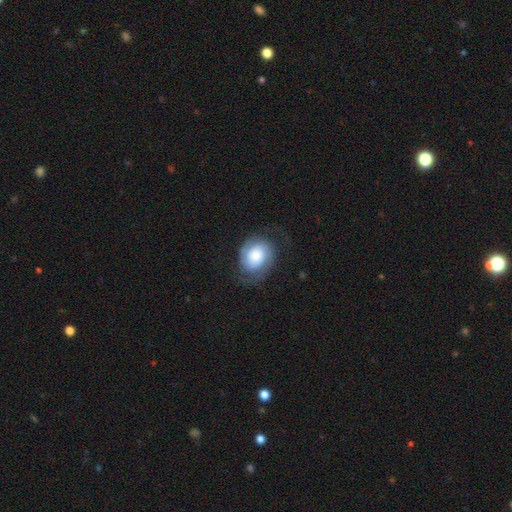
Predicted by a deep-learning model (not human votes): smooth-or-featured: featured or disk: 66% | smooth: 26% | star or artifact: 7%
  disk-edge-on: no: 98% | yes: 2%
    bar: no: 77% | weak: 19% | strong: 5%
    has-spiral-arms: yes: 92% | no: 8%
      spiral-winding: tight: 45% | medium: 38% | loose: 16%
      spiral-arm-count: 2: 83% | can't tell: 8% | 1: 3% | 3: 3% | 4: 2% | more than 4: 1%
    bulge-size: large: 31% | moderate: 27% | small: 23% | dominant: 15% | none: 5%
  merging: none: 66% | minor disturbance: 19% | major disturbance: 14% | merger: 1%